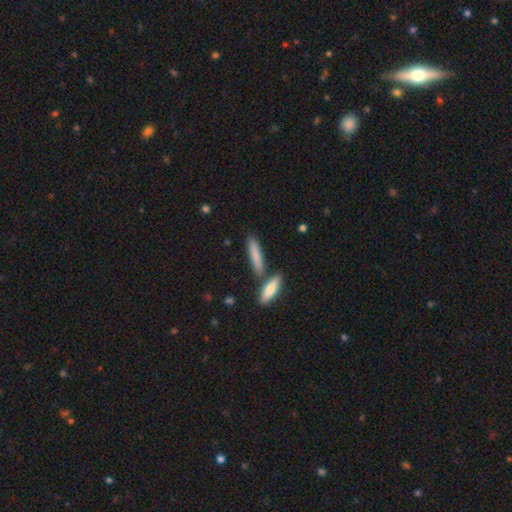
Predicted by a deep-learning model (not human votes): smooth 81%, featured or disk 14%, star or artifact 6%. Down the decision tree: how rounded — cigar-shaped (83%); merging — none (73%).